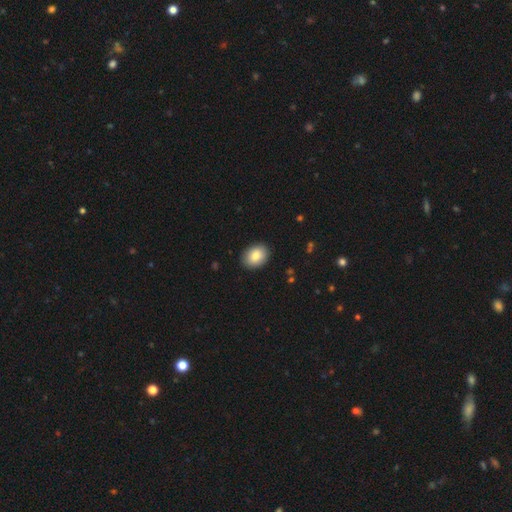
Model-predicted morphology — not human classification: smooth 86%, featured or disk 7%, star or artifact 7%. Down the decision tree: how rounded — in between (71%); merging — none (89%).